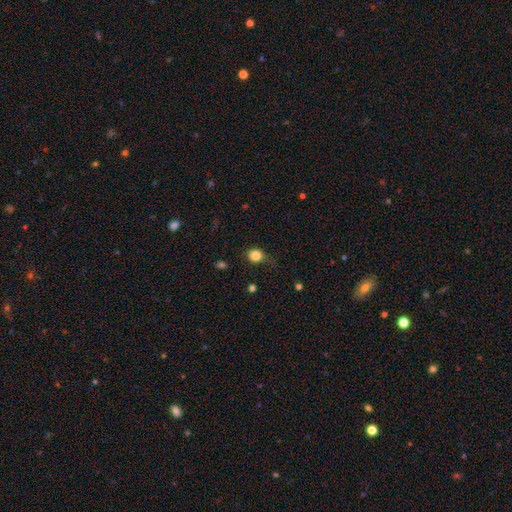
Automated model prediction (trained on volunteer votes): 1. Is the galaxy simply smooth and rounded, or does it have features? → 84% smooth, 11% star or artifact, 5% featured or disk.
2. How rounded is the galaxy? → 77% round, 22% in between, 1% cigar-shaped.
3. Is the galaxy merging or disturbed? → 60% none, 28% minor disturbance, 10% major disturbance, 2% merger.